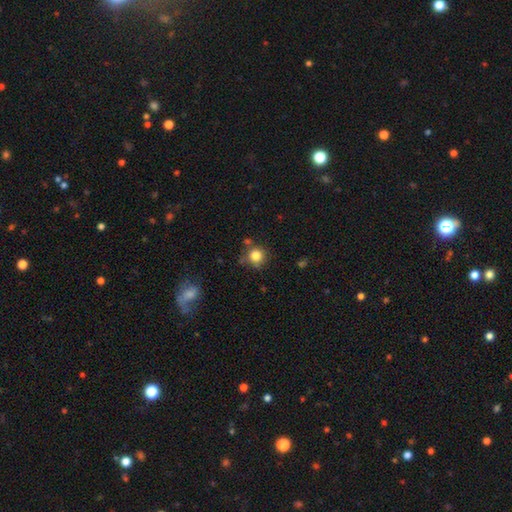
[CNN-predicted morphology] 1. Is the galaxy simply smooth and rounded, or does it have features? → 82% smooth, 11% star or artifact, 7% featured or disk.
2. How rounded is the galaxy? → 91% round, 8% in between, 1% cigar-shaped.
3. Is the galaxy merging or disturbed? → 76% none, 13% minor disturbance, 7% merger, 4% major disturbance.